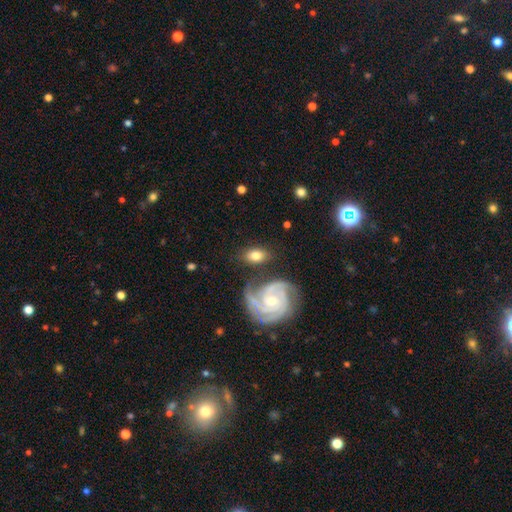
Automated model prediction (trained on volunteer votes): Q: Smooth or featured?
A: smooth (53%); runner-up: featured or disk (41%)
Q: How rounded?
A: in between (86%); runner-up: round (11%)
Q: Merging?
A: none (73%); runner-up: minor disturbance (15%)